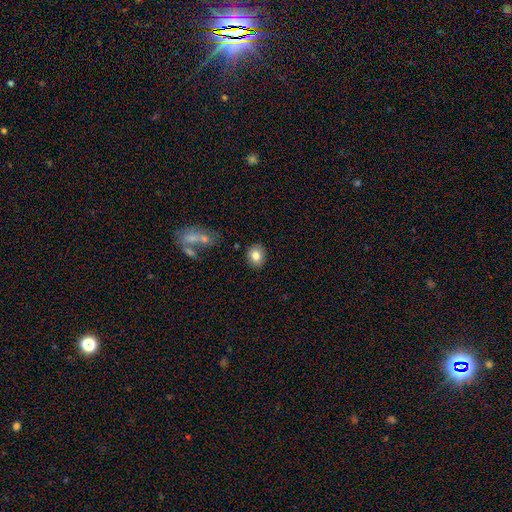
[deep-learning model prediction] A smooth galaxy with no disk features (81%) that is round (60%).

Vote fractions:
- Smooth or featured? smooth: 81% / featured or disk: 10% / star or artifact: 9%
- How rounded? round: 60% / in between: 39% / cigar-shaped: 1%
- Merging? none: 87% / minor disturbance: 8% / merger: 2% / major disturbance: 2%